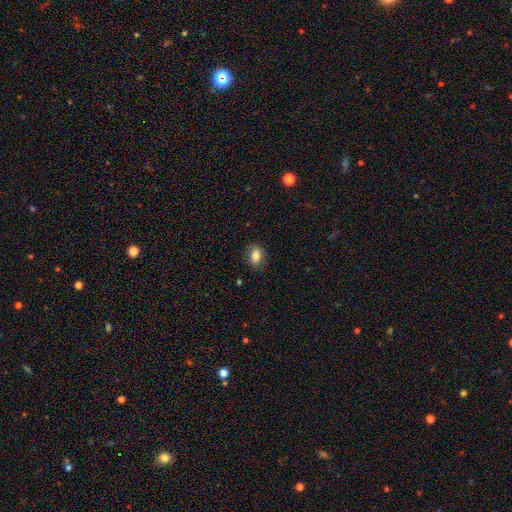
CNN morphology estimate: smooth_or_featured: smooth (p=0.84) [alt: star or artifact p=0.09]
how_rounded: in between (p=0.77) [alt: round p=0.22]
merging: none (p=0.87) [alt: minor disturbance p=0.10]